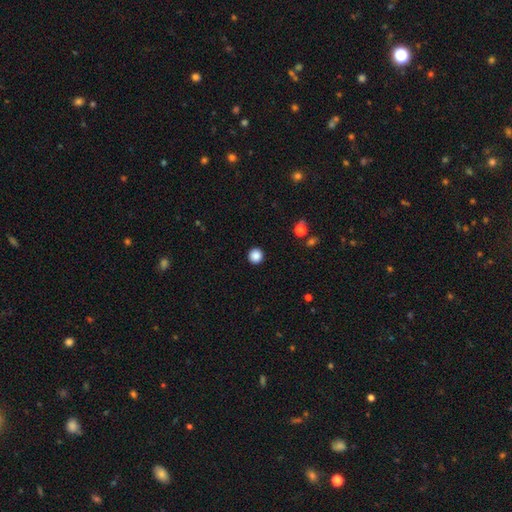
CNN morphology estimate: Smooth or featured?
  - smooth: 87% *
  - star or artifact: 10%
  - featured or disk: 3%
How rounded?
  - round: 95% *
  - in between: 5%
  - cigar-shaped: 1%
Merging?
  - none: 93% *
  - minor disturbance: 4%
  - major disturbance: 2%
  - merger: 1%